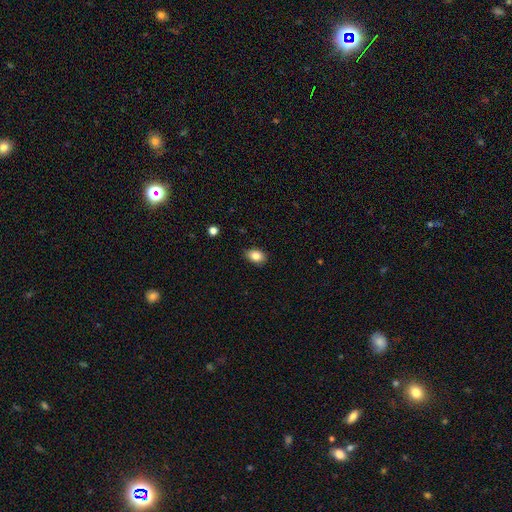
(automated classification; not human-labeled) This appears to be a smooth galaxy with no disk features (84%) that is in between round and cigar-shaped (78%). Merging: none (85%).